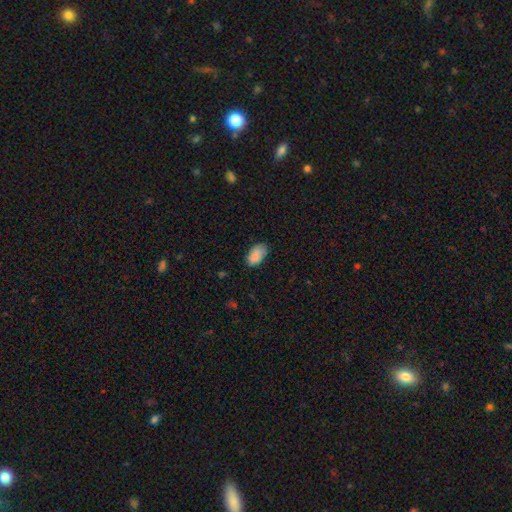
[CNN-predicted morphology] This appears to be a smooth galaxy with no disk features (86%) that is in between round and cigar-shaped (94%). Merging: none (72%).